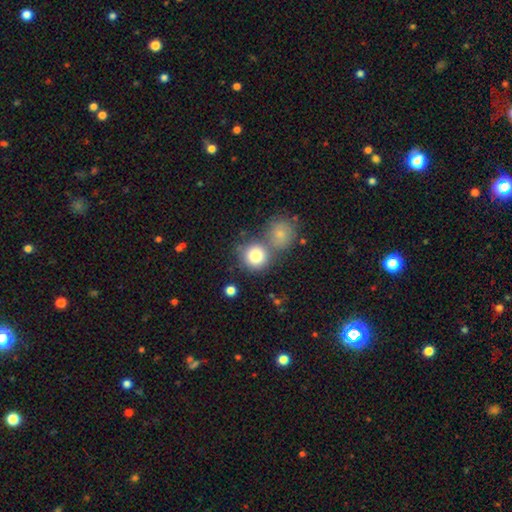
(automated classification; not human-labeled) Smooth or featured? Predicted: smooth (p=0.81). How rounded? Predicted: round (p=0.90). Merging? Predicted: none (p=0.58).